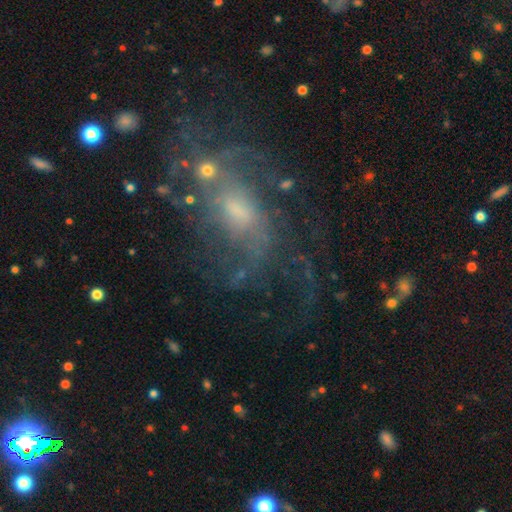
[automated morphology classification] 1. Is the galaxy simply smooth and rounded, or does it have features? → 79% featured or disk, 11% star or artifact, 10% smooth.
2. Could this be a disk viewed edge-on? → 96% no, 4% yes.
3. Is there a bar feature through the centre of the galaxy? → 51% no, 40% weak, 9% strong.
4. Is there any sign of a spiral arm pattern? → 89% yes, 11% no.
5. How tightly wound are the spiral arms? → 43% medium, 30% loose, 27% tight.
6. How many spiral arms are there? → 37% can't tell, 22% 2, 16% 3, 11% 4, 7% more than 4, 7% 1.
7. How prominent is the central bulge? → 43% moderate, 41% small, 9% none, 6% large, 1% dominant.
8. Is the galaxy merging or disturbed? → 60% none, 19% major disturbance, 17% minor disturbance, 4% merger.